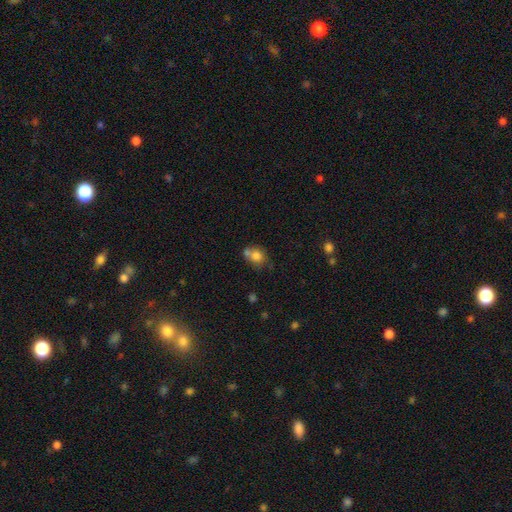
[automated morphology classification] Overall: smooth (77%). How rounded: round (67%; in between 32%). Merging: none (43%; merger 37%).